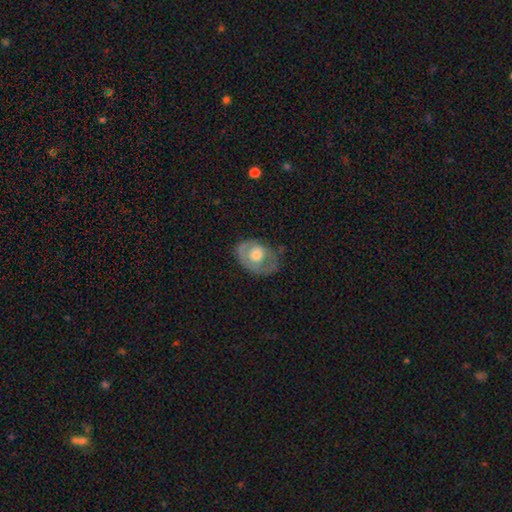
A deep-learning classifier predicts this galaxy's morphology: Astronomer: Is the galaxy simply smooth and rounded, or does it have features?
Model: featured or disk — 49% (runner-up: smooth, 45%).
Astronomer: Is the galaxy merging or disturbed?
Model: none — 53% (runner-up: minor disturbance, 28%).